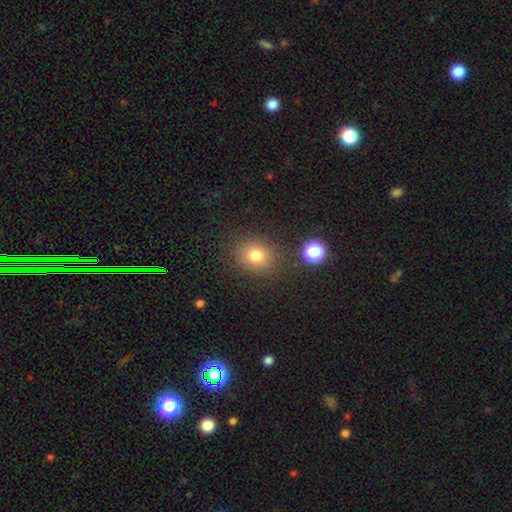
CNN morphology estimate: smooth_or_featured: smooth (p=0.78) [alt: star or artifact p=0.15]
how_rounded: round (p=0.68) [alt: in between p=0.31]
merging: none (p=0.83) [alt: minor disturbance p=0.09]